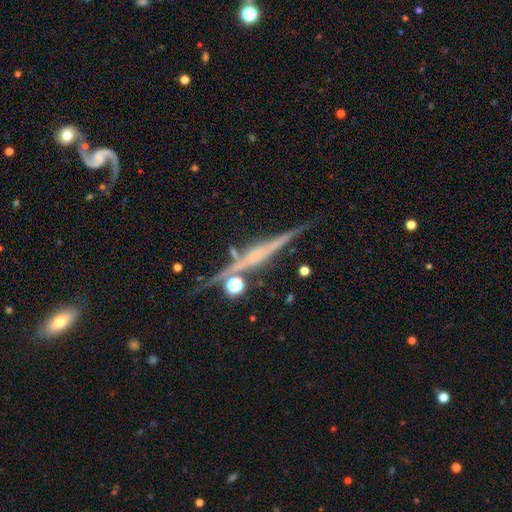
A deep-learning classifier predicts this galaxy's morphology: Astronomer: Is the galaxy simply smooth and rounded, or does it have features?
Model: featured or disk — 76%.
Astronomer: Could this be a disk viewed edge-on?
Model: yes — 97%.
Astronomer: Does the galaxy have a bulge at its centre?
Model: none — 44% (runner-up: rounded, 36%).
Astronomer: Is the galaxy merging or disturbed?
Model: none — 79%.